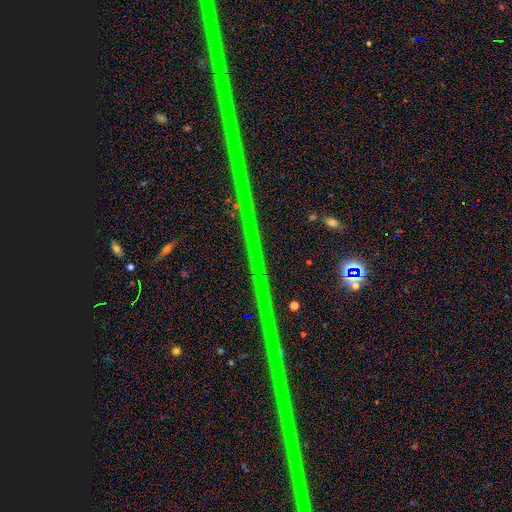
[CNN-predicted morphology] This is clearly a star or artifact rather than a galaxy (89%).